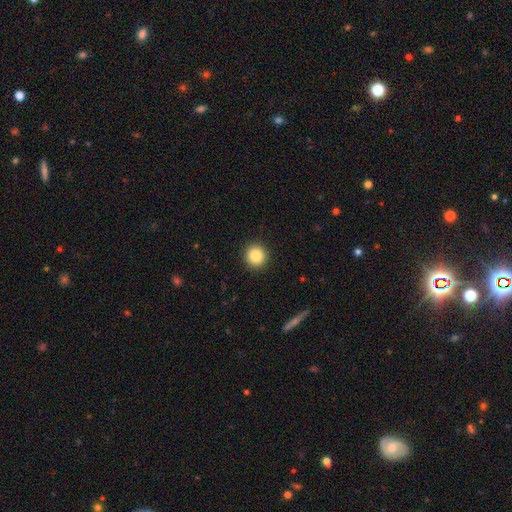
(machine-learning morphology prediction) type=smooth (84%); roundness=round (95%); merging=none (92%).